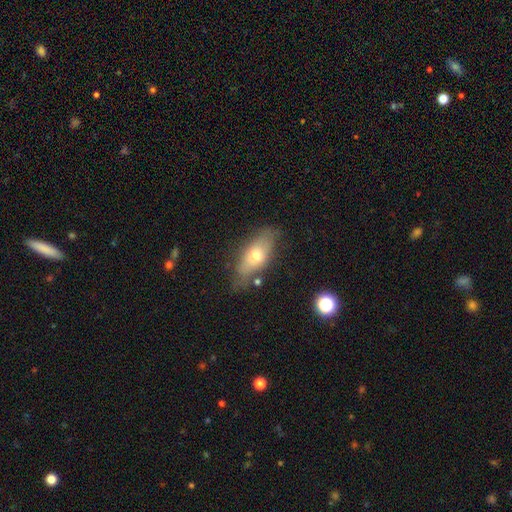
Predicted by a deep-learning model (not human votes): A smooth galaxy with no disk features (60%) that is in between round and cigar-shaped (71%). Merging: none (70%).